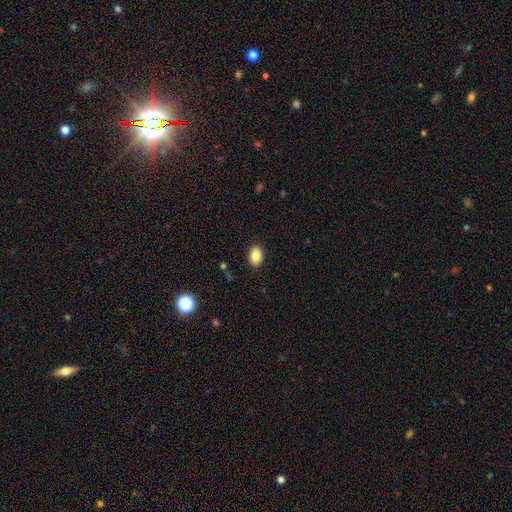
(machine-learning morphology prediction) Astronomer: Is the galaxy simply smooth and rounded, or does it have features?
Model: smooth — 86%.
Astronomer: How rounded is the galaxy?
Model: in between — 85%.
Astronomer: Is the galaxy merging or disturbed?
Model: none — 90%.